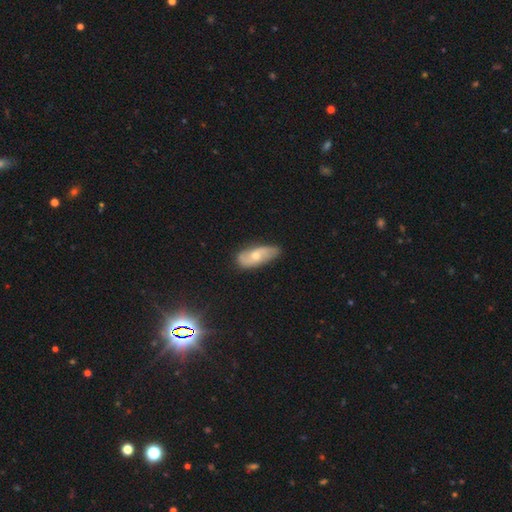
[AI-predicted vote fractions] smooth_or_featured: featured or disk (p=0.49) [alt: smooth p=0.45]
merging: none (p=0.69) [alt: minor disturbance p=0.25]